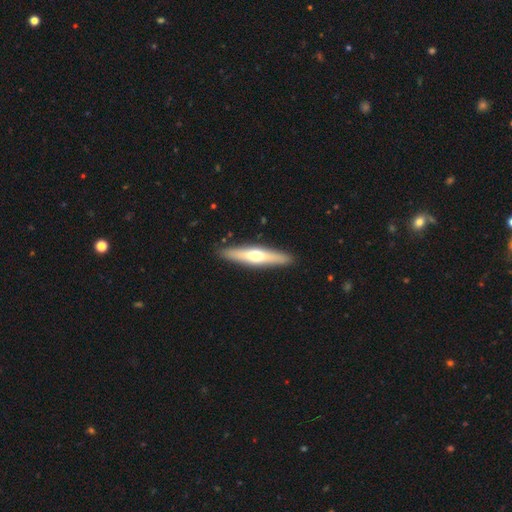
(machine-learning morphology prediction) Smooth or featured? featured or disk (50%)
Merging? none (90%)